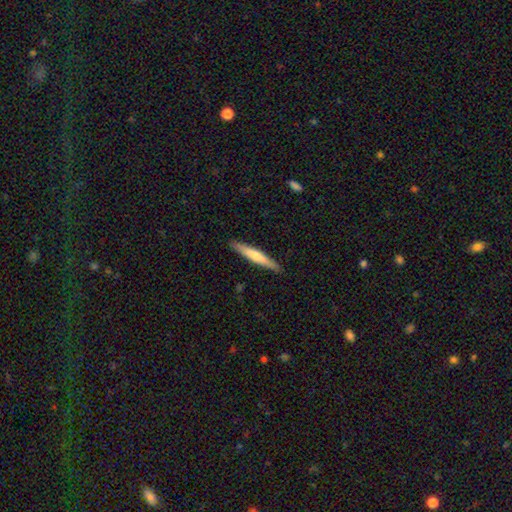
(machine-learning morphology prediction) This appears to be a smooth galaxy with no disk features (57%) that is cigar-shaped (94%). Merging: none (90%).